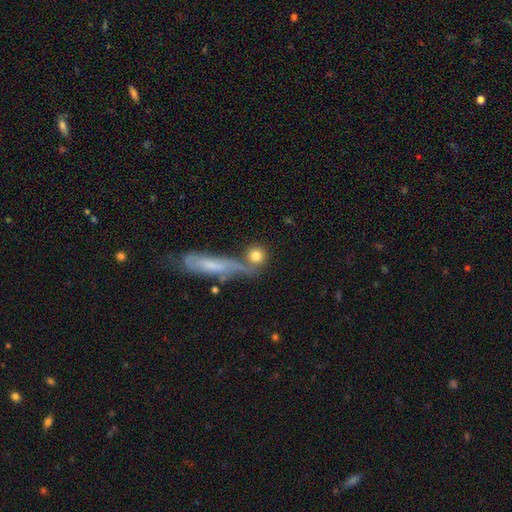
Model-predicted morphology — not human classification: Smooth or featured?
  - smooth: 80% *
  - featured or disk: 12%
  - star or artifact: 8%
How rounded?
  - round: 80% *
  - in between: 11%
  - cigar-shaped: 9%
Merging?
  - none: 64% *
  - merger: 20%
  - minor disturbance: 11%
  - major disturbance: 6%